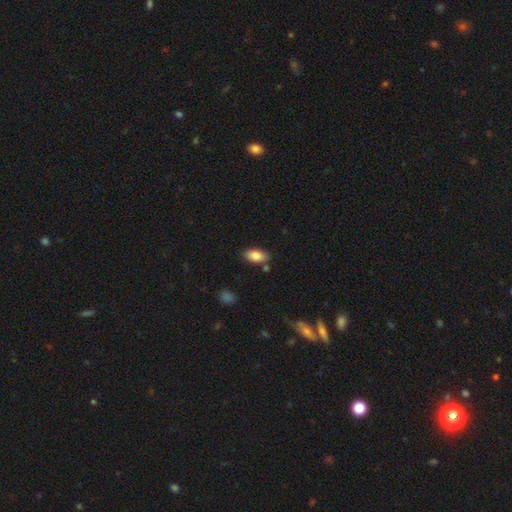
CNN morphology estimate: Smooth or featured? smooth (83%)
How rounded? in between (91%)
Merging? none (80%)